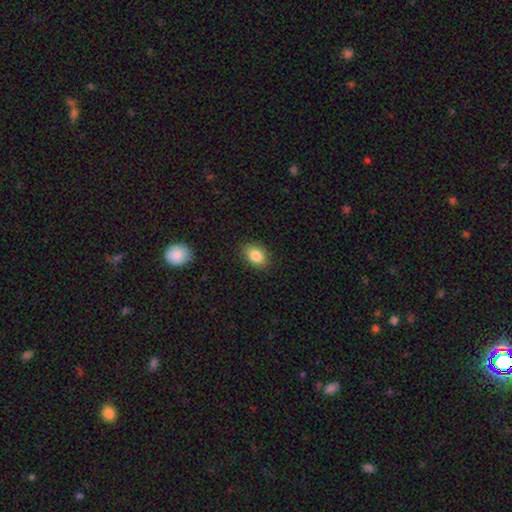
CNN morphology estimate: Smooth or featured?
  - smooth: 84% *
  - star or artifact: 9%
  - featured or disk: 8%
How rounded?
  - in between: 79% *
  - round: 19%
  - cigar-shaped: 2%
Merging?
  - none: 85% *
  - minor disturbance: 11%
  - major disturbance: 2%
  - merger: 1%